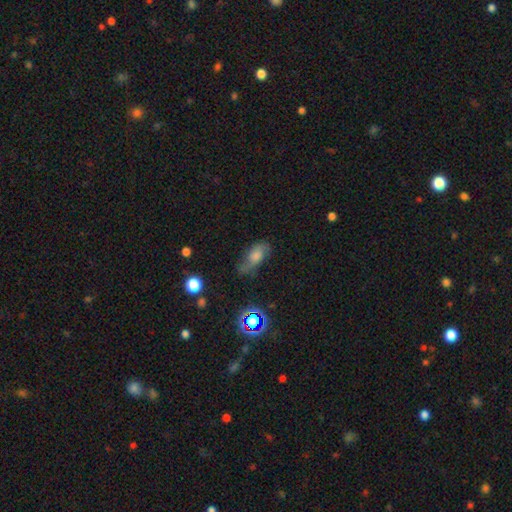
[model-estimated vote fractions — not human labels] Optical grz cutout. It shows a smooth galaxy with no disk features (43%). Merging: none (59%).